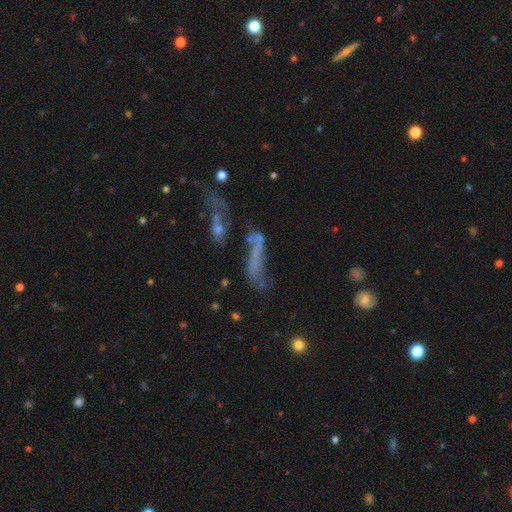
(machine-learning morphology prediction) A featured or disk galaxy (43%). Merging: major disturbance (30%).